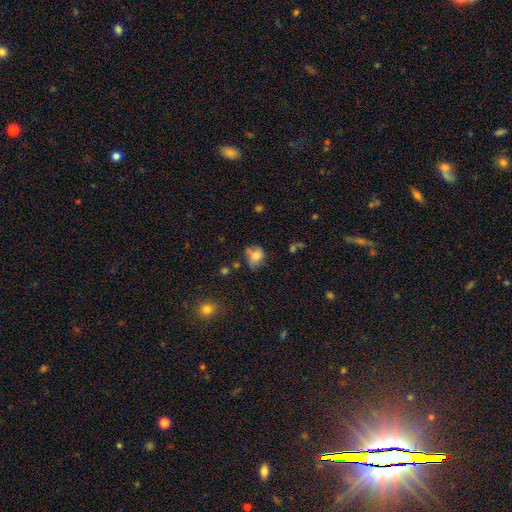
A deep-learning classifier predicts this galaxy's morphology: A smooth galaxy with no disk features (72%) that is round (58%).

Vote fractions:
- Smooth or featured? smooth: 72% / featured or disk: 16% / star or artifact: 12%
- How rounded? round: 58% / in between: 41% / cigar-shaped: 1%
- Merging? none: 45% / minor disturbance: 30% / major disturbance: 15% / merger: 10%